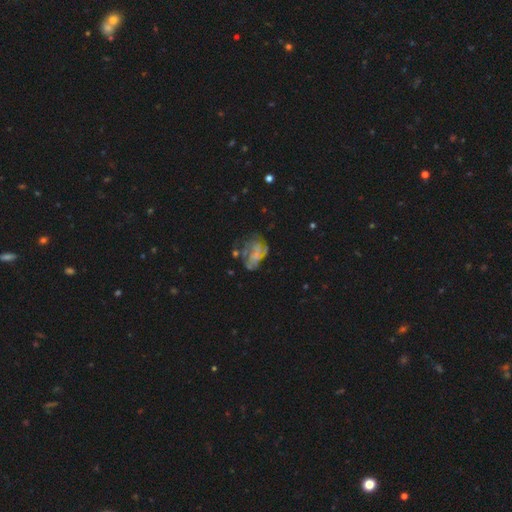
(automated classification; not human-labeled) This appears to be a featured or disk galaxy (55%) with no bar (86%), no spiral arms (70%) and no central bulge (67%). Merging: none (36%).